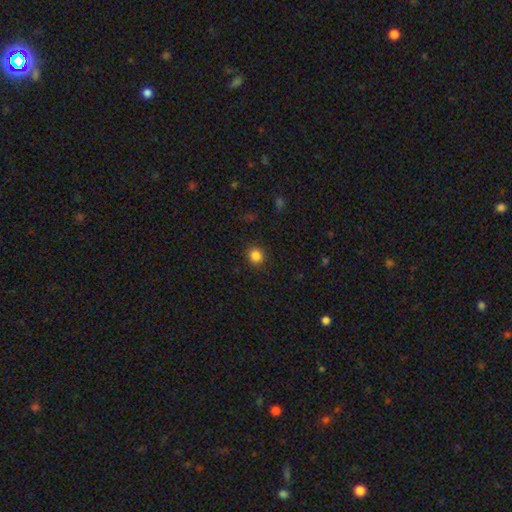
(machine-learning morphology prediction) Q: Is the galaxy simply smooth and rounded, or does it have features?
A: smooth — 85%.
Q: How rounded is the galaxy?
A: round — 87%.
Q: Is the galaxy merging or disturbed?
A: none — 91%.